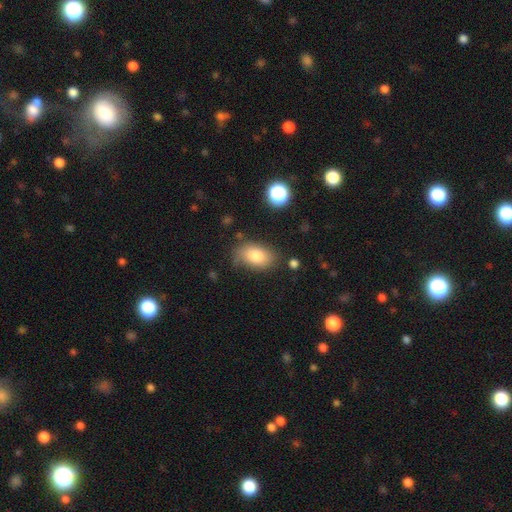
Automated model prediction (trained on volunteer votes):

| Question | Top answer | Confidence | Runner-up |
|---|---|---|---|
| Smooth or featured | smooth | 80% | featured or disk (12%) |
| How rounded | in between | 89% | round (10%) |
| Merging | none | 71% | minor disturbance (20%) |